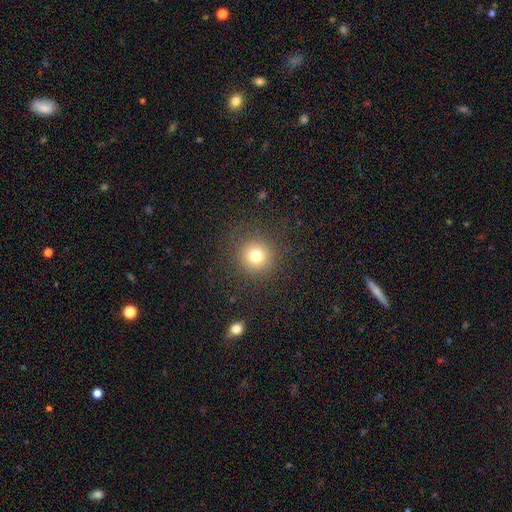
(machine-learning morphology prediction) Smooth or featured?
  - smooth: 77% *
  - star or artifact: 15%
  - featured or disk: 9%
How rounded?
  - round: 94% *
  - in between: 5%
  - cigar-shaped: 1%
Merging?
  - none: 88% *
  - minor disturbance: 7%
  - major disturbance: 4%
  - merger: 1%